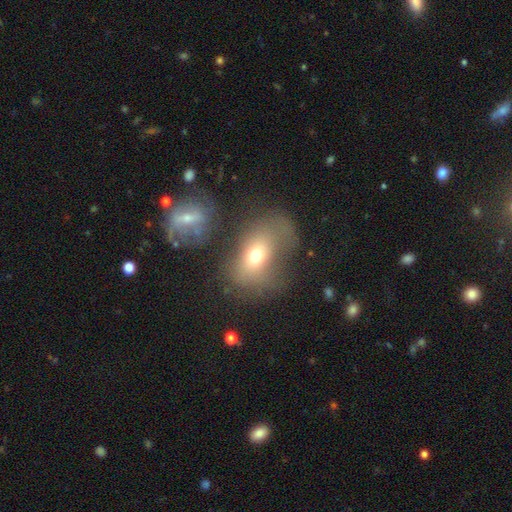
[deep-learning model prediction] smooth_or_featured: smooth (p=0.61) [alt: featured or disk p=0.26]
how_rounded: in between (p=0.72) [alt: round p=0.26]
merging: none (p=0.35) [alt: major disturbance p=0.28]